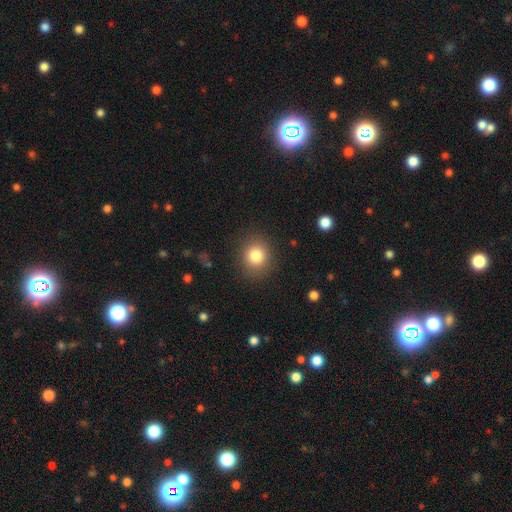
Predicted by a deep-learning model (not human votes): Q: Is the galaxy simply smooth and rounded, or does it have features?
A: smooth — 82%.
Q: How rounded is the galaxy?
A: round — 82%.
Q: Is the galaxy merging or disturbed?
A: none — 87%.